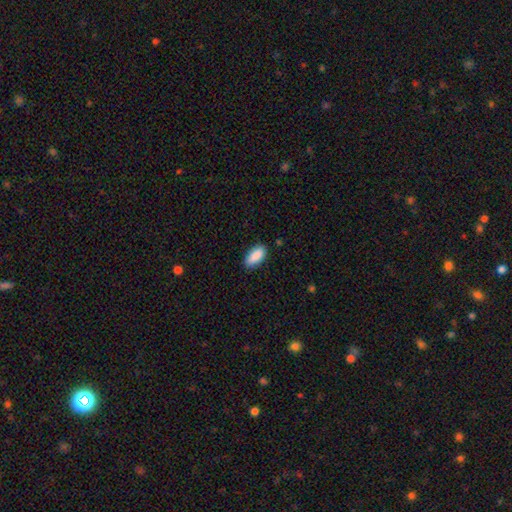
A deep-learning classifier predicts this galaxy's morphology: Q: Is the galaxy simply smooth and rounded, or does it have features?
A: smooth — 90%.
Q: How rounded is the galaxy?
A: in between — 87%.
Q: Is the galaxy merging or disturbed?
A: none — 86%.